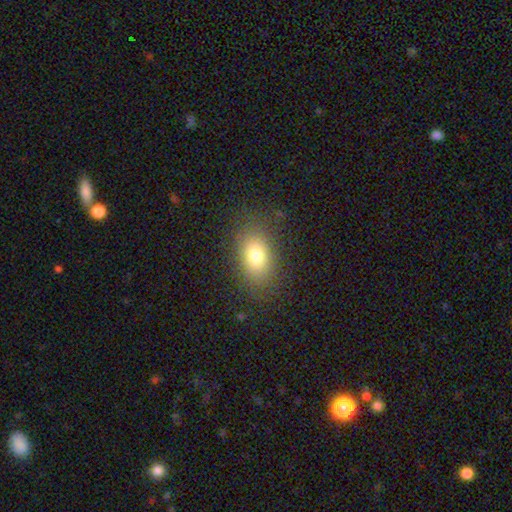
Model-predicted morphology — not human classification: This appears to be a smooth galaxy with no disk features (77%) that is in between round and cigar-shaped (83%). Merging: none (83%).